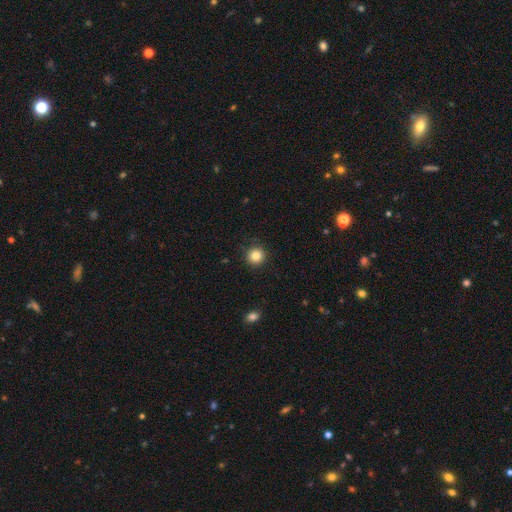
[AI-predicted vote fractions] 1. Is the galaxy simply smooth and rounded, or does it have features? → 83% smooth, 11% star or artifact, 6% featured or disk.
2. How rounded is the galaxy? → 94% round, 5% in between, 1% cigar-shaped.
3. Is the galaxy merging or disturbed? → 91% none, 6% minor disturbance, 2% major disturbance, 1% merger.